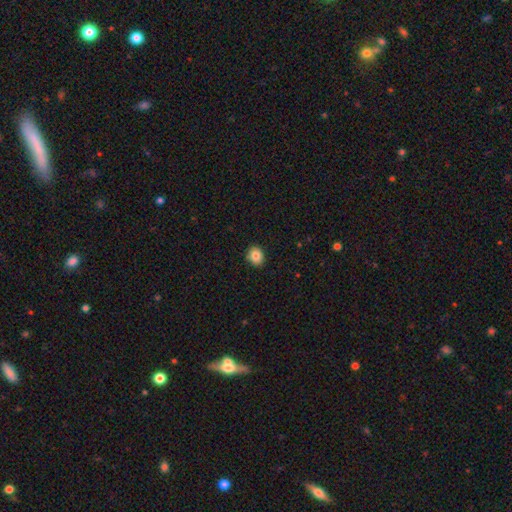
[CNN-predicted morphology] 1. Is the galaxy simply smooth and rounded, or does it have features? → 84% smooth, 9% star or artifact, 7% featured or disk.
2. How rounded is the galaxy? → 66% round, 33% in between, 1% cigar-shaped.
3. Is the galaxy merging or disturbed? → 89% none, 8% minor disturbance, 2% major disturbance, 1% merger.